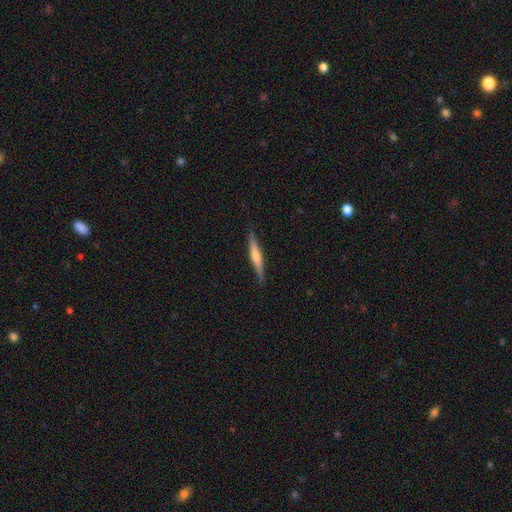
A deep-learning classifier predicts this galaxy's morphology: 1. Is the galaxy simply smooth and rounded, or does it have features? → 52% featured or disk, 43% smooth, 6% star or artifact.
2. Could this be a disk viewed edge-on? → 96% yes, 4% no.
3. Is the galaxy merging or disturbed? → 87% none, 10% minor disturbance, 2% major disturbance, 1% merger.